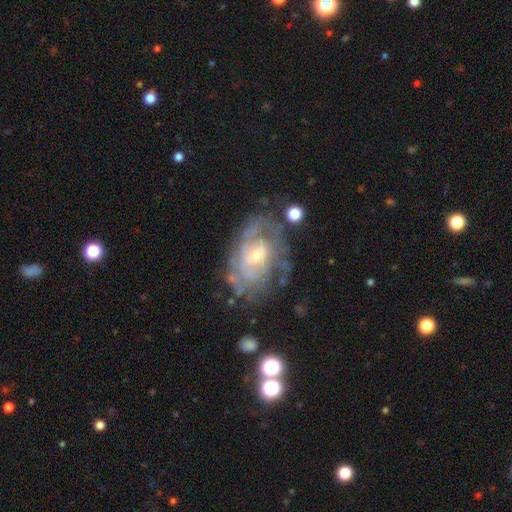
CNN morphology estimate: This is likely a featured or disk galaxy (77%). It is clearly not viewed edge-on (96%). Bar: likely no (60%). Spiral arm pattern: likely yes (72%). Spiral arm count: possibly can't tell (60%). Spiral winding: likely tight (61%). Central bulge: possibly small (57%). Merging: possibly none (59%).